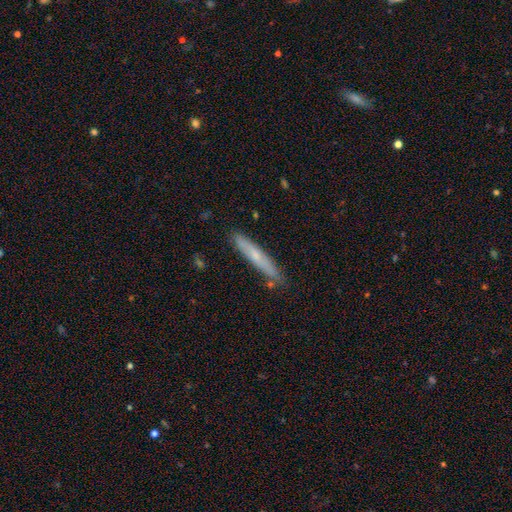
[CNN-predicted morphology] This appears to be a smooth galaxy with no disk features (56%) that is cigar-shaped (94%). Merging: none (83%).